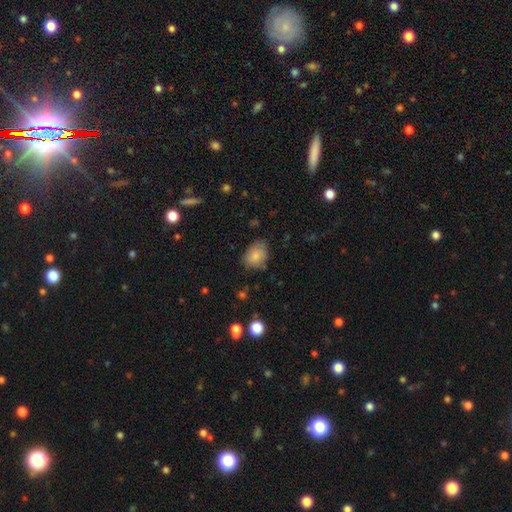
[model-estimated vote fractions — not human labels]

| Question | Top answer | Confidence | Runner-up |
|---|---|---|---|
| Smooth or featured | smooth | 82% | featured or disk (9%) |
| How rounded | in between | 72% | round (26%) |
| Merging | none | 67% | minor disturbance (26%) |